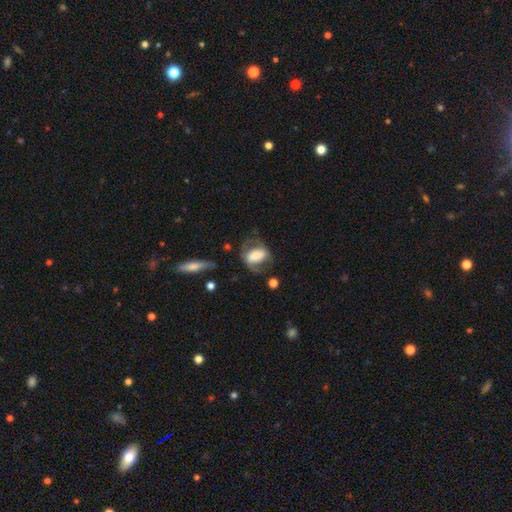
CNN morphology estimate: This appears to be a smooth galaxy with no disk features (52%) that is in between round and cigar-shaped (77%). Merging: none (51%).